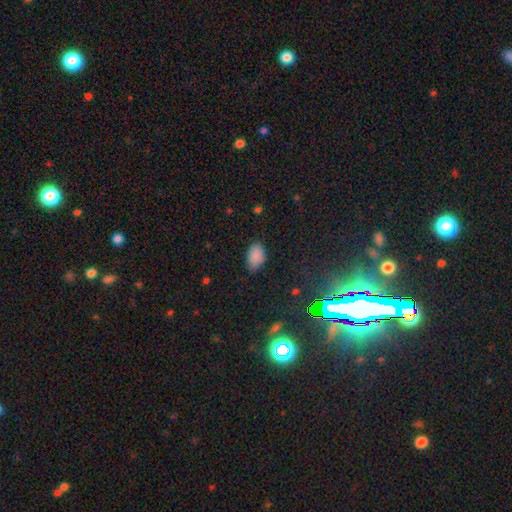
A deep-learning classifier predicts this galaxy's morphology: Smooth or featured? smooth (86%)
How rounded? in between (91%)
Merging? none (80%)